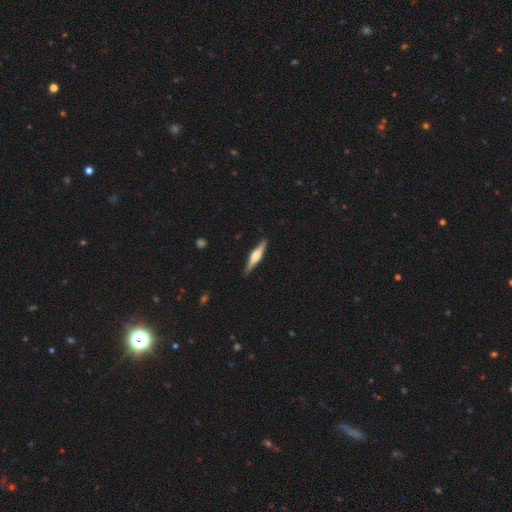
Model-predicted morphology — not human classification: Smooth or featured? Predicted: featured or disk (p=0.64). Edge-on disk? Predicted: yes (p=0.97). Edge-on bulge? Predicted: rounded (p=0.88). Merging? Predicted: none (p=0.90).